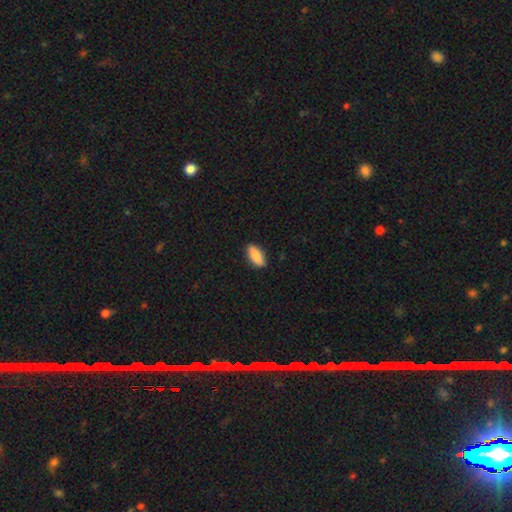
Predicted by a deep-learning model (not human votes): This appears to be a smooth galaxy with no disk features (88%) that is in between round and cigar-shaped (84%). Merging: none (87%).